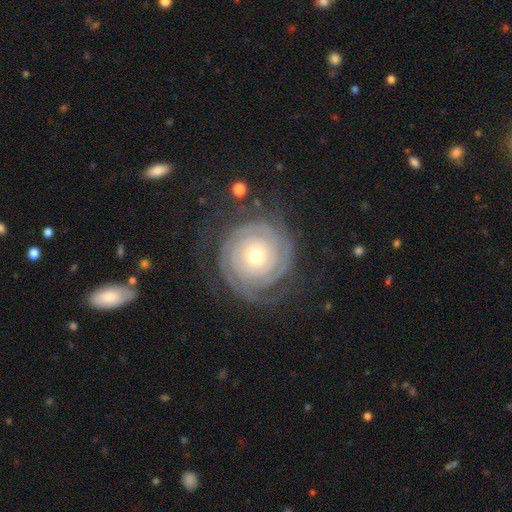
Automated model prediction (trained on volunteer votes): A featured or disk galaxy (88%) with no bar (82%), 2 (37%) tight (87%) spiral arms (97%) and a moderate central bulge (56%). Merging: none (77%).